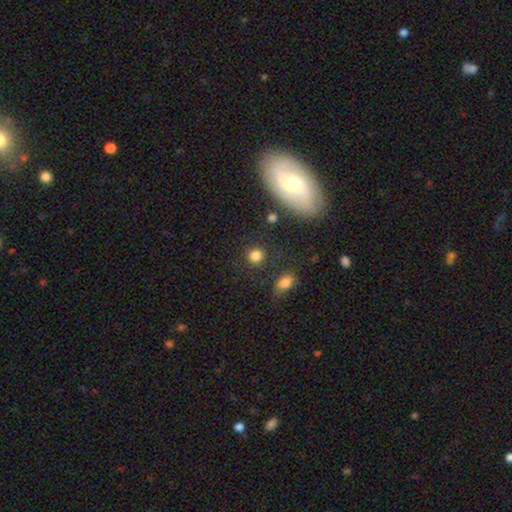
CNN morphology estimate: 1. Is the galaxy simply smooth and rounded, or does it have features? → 82% smooth, 13% star or artifact, 5% featured or disk.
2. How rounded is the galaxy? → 89% round, 10% in between, 1% cigar-shaped.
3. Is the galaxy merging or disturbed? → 85% none, 8% minor disturbance, 3% merger, 3% major disturbance.